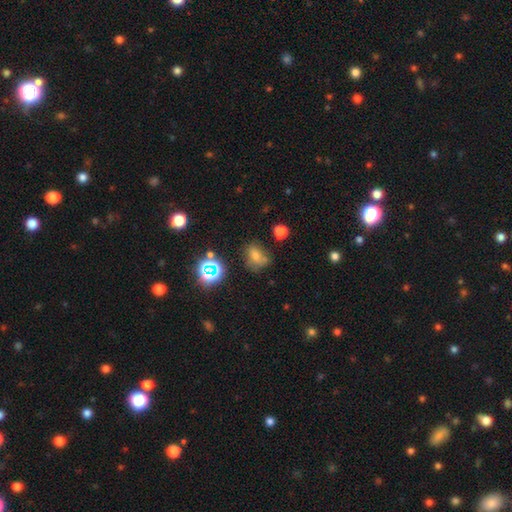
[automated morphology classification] The model was most divided on "how rounded": in between: 59%, round: 39%, cigar-shaped: 2%. More confident: smooth or featured — smooth (61%); merging — none (58%).